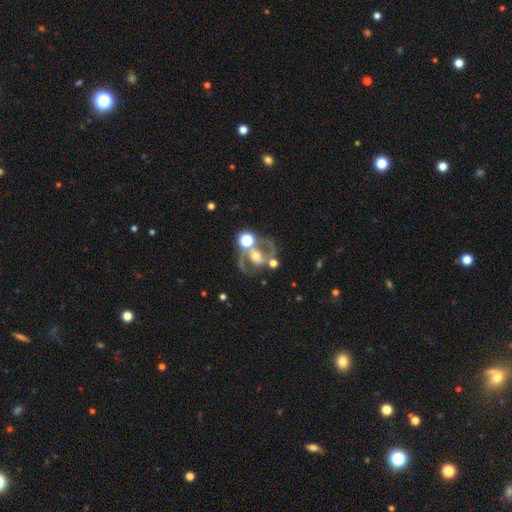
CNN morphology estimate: A featured or disk galaxy (75%) with no bar (46%), 2 (78%) medium (49%) spiral arms (74%) and a moderate central bulge (57%). Merging: none (51%).